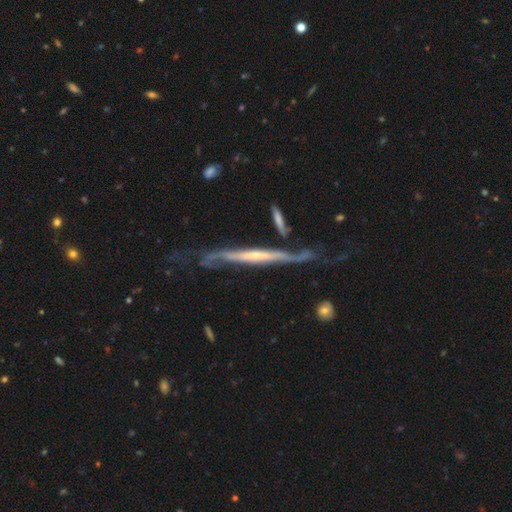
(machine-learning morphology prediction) smooth-or-featured: featured or disk: 83% | smooth: 12% | star or artifact: 5%
  disk-edge-on: yes: 76% | no: 24%
    edge-on-bulge: none: 52% | rounded: 36% | boxy: 12%
  merging: none: 47% | minor disturbance: 25% | major disturbance: 18% | merger: 9%